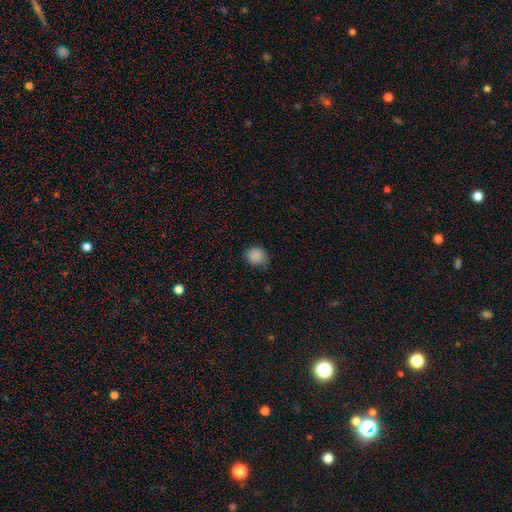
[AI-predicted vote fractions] A smooth galaxy with no disk features (87%) that is round (73%).

Vote fractions:
- Smooth or featured? smooth: 87% / star or artifact: 10% / featured or disk: 4%
- How rounded? round: 73% / in between: 26% / cigar-shaped: 1%
- Merging? none: 74% / minor disturbance: 21% / major disturbance: 4% / merger: 1%